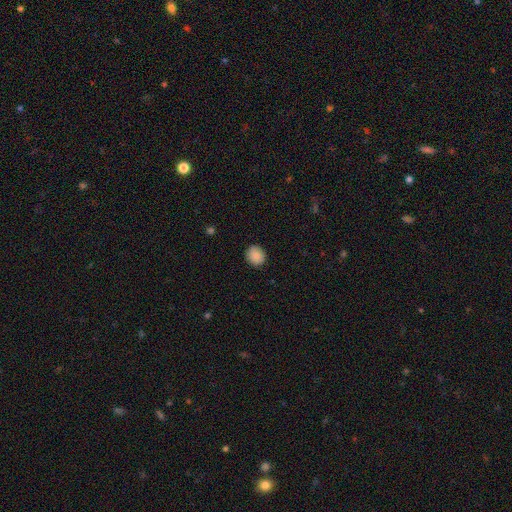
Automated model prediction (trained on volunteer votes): smooth 89%, star or artifact 8%, featured or disk 3%. Down the decision tree: how rounded — round (78%); merging — none (89%).